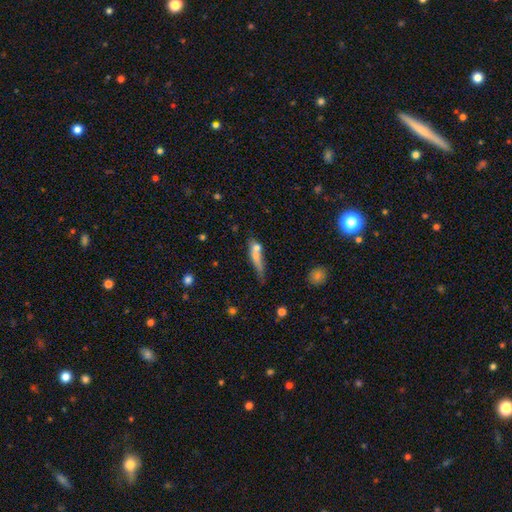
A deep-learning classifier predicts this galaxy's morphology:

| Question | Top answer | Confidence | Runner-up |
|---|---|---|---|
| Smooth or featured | smooth | 61% | featured or disk (28%) |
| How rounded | cigar-shaped | 79% | in between (17%) |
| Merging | none | 44% | merger (25%) |